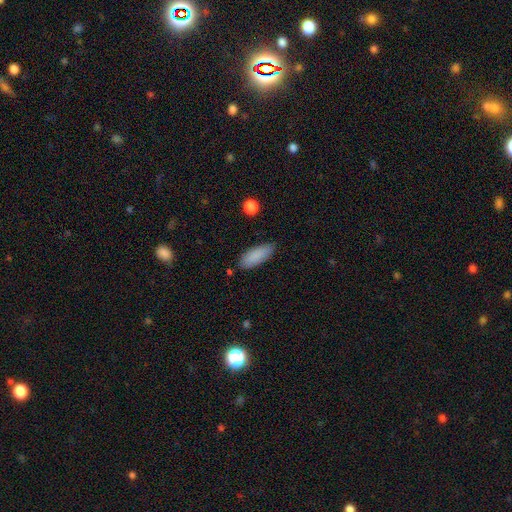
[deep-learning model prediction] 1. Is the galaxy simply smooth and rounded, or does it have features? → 88% smooth, 6% star or artifact, 5% featured or disk.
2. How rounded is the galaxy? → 69% in between, 29% cigar-shaped, 2% round.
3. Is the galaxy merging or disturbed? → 83% none, 13% minor disturbance, 2% major disturbance, 2% merger.